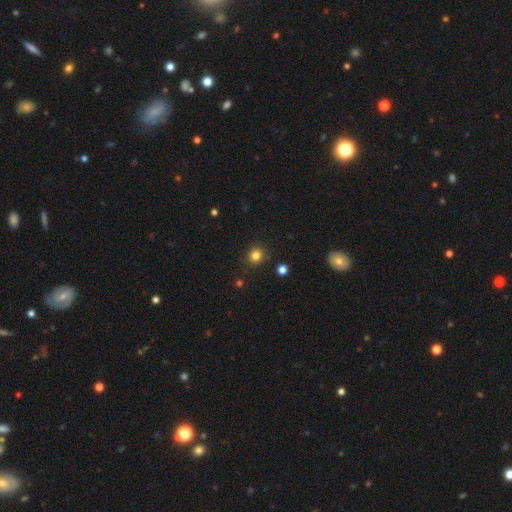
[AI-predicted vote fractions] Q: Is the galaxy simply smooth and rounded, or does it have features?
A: smooth — 81%.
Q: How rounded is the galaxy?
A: round — 86%.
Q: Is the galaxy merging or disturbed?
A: none — 88%.